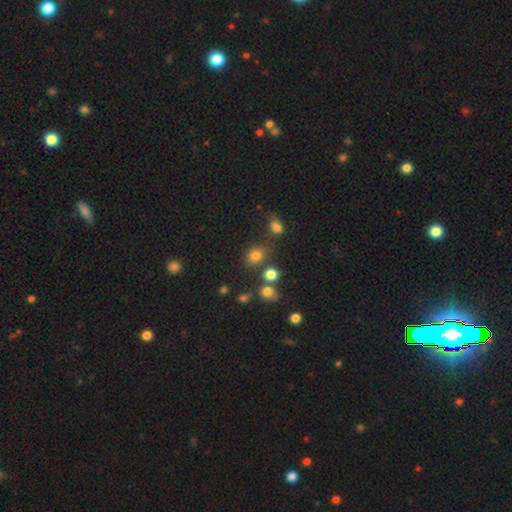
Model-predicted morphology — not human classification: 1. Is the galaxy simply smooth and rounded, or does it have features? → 75% smooth, 17% star or artifact, 7% featured or disk.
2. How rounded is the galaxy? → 62% round, 36% in between, 1% cigar-shaped.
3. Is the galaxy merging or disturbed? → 68% none, 14% merger, 13% minor disturbance, 5% major disturbance.